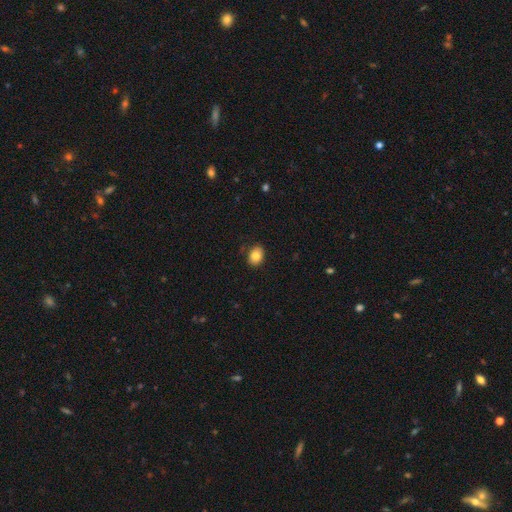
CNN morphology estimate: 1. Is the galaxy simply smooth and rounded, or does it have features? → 84% smooth, 9% star or artifact, 8% featured or disk.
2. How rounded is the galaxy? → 66% in between, 33% round, 1% cigar-shaped.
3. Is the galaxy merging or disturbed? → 86% none, 11% minor disturbance, 2% major disturbance, 1% merger.